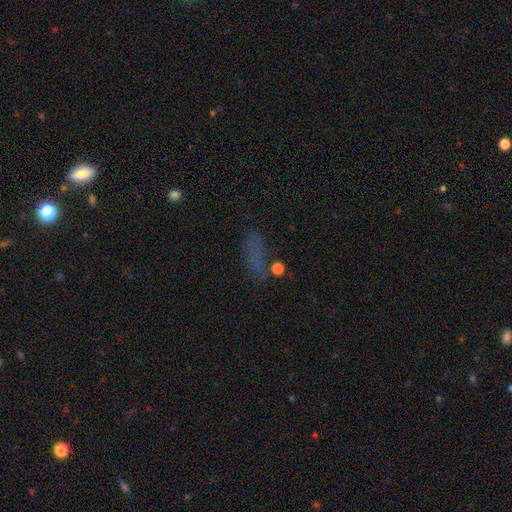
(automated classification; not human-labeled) This appears to be a smooth galaxy with no disk features (58%) that is in between round and cigar-shaped (57%). Merging: none (68%).